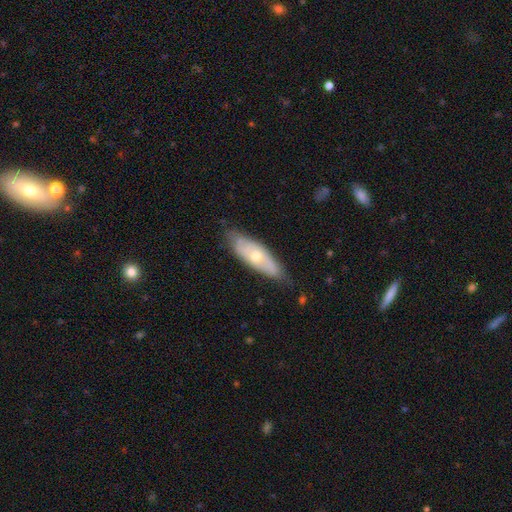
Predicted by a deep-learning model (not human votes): A featured or disk galaxy (54%). Merging: none (73%).